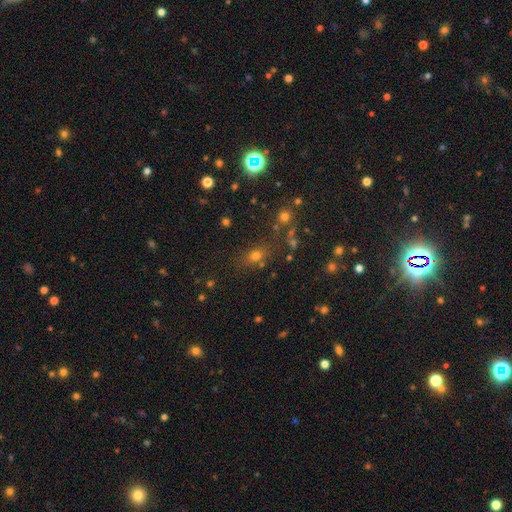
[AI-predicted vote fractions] Smooth or featured: smooth — 63% (star or artifact — 27%)
How rounded: in between — 52% (round — 44%)
Merging: none — 72% (minor disturbance — 14%)